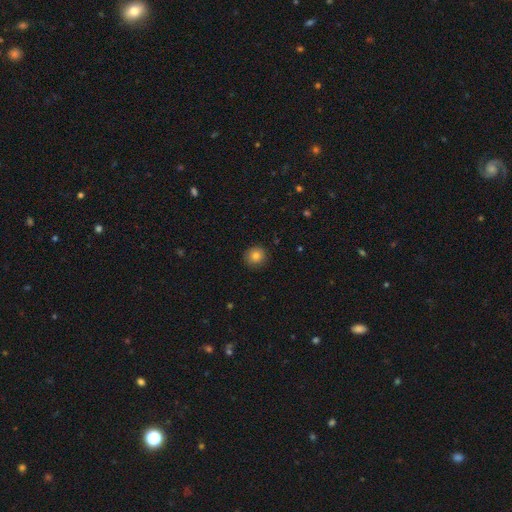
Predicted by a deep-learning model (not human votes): Smooth or featured? Predicted: smooth (p=0.84). How rounded? Predicted: round (p=0.90). Merging? Predicted: none (p=0.89).